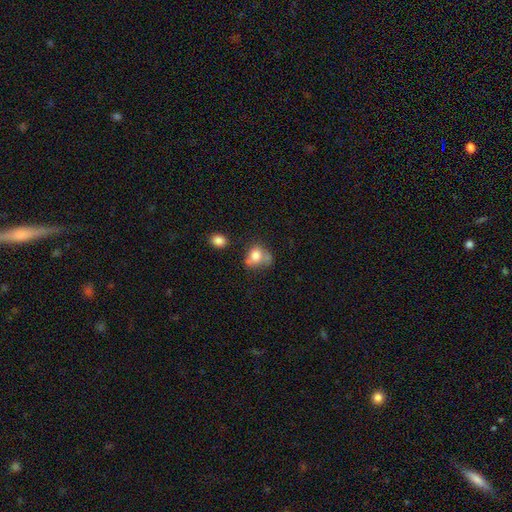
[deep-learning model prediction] A smooth galaxy with no disk features (74%) that is round (54%).

Vote fractions:
- Smooth or featured? smooth: 74% / featured or disk: 15% / star or artifact: 11%
- How rounded? round: 54% / in between: 45% / cigar-shaped: 1%
- Merging? none: 34% / minor disturbance: 26% / merger: 21% / major disturbance: 19%